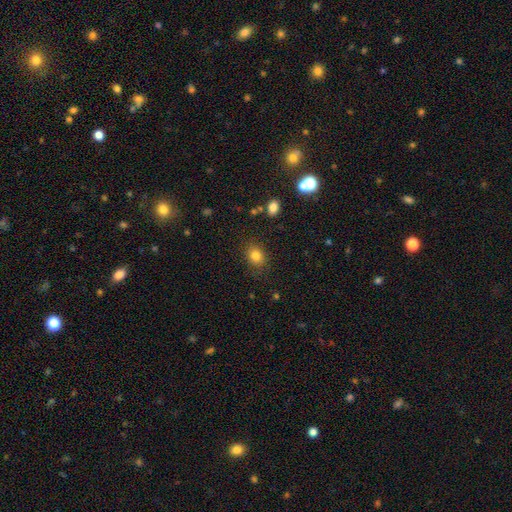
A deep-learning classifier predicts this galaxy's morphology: smooth_or_featured: smooth (p=0.82) [alt: star or artifact p=0.11]
how_rounded: round (p=0.52) [alt: in between p=0.47]
merging: none (p=0.84) [alt: minor disturbance p=0.11]